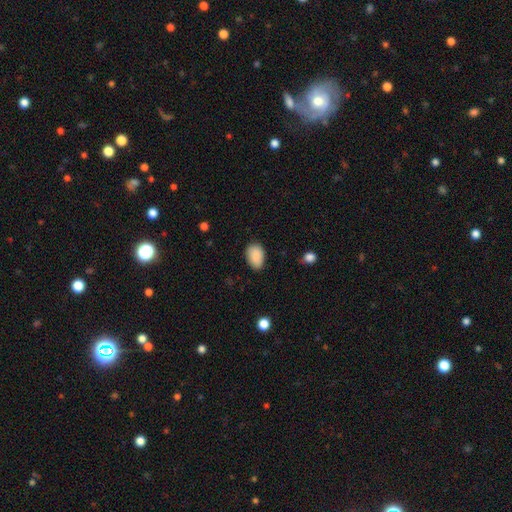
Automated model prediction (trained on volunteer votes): The model was most divided on "merging": none: 78%, minor disturbance: 18%, major disturbance: 3%, merger: 1%. More confident: smooth or featured — smooth (89%); how rounded — in between (87%).